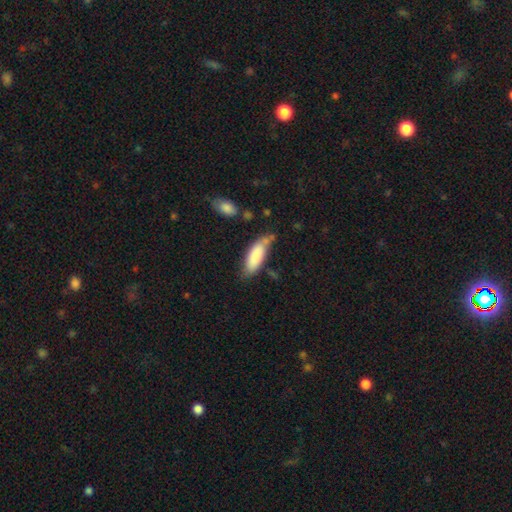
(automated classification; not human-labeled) Smooth or featured? smooth (83%)
How rounded? in between (64%)
Merging? none (59%)